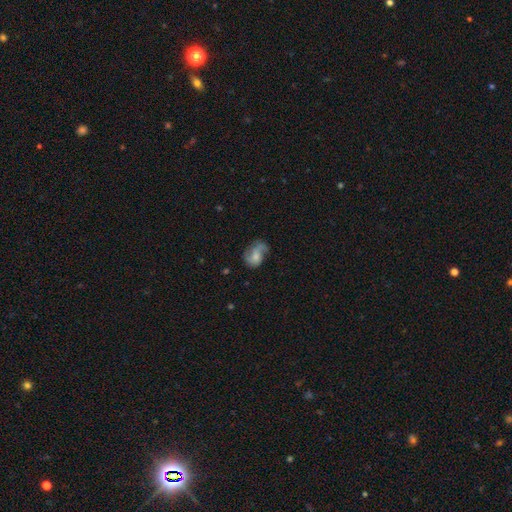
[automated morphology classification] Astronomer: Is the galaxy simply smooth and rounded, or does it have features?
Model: featured or disk — 61%.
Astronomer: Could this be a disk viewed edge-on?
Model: no — 97%.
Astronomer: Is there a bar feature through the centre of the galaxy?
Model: no — 65%.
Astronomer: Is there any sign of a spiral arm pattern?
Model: yes — 88%.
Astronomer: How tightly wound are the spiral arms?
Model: loose — 47% (runner-up: medium, 40%).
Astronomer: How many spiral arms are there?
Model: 2 — 59%.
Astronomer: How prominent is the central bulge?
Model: small — 37%, tied with moderate at 37%.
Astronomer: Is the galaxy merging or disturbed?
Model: none — 53%.